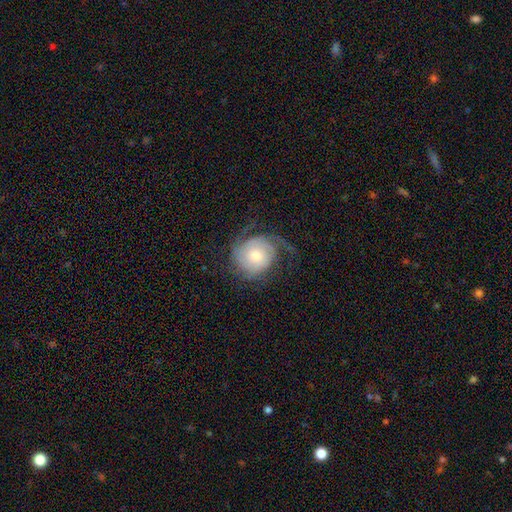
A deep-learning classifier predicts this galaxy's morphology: smooth_or_featured: featured or disk (p=0.74) [alt: smooth p=0.20]
disk_edge_on: no (p=0.98) [alt: yes p=0.02]
bar: no (p=0.76) [alt: weak p=0.21]
has_spiral_arms: yes (p=0.93) [alt: no p=0.07]
spiral_winding: tight (p=0.44) [alt: medium p=0.34]
spiral_arm_count: 2 (p=0.40) [alt: can't tell p=0.20]
bulge_size: moderate (p=0.49) [alt: small p=0.38]
merging: none (p=0.55) [alt: major disturbance p=0.24]